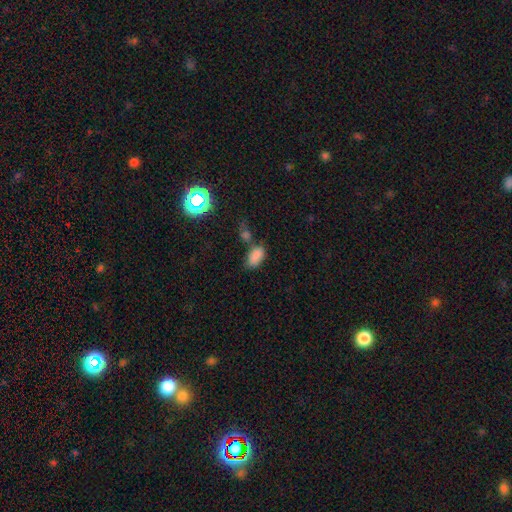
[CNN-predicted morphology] Q: Smooth or featured?
A: smooth (81%); runner-up: star or artifact (13%)
Q: How rounded?
A: in between (92%); runner-up: round (5%)
Q: Merging?
A: none (52%); runner-up: merger (23%)